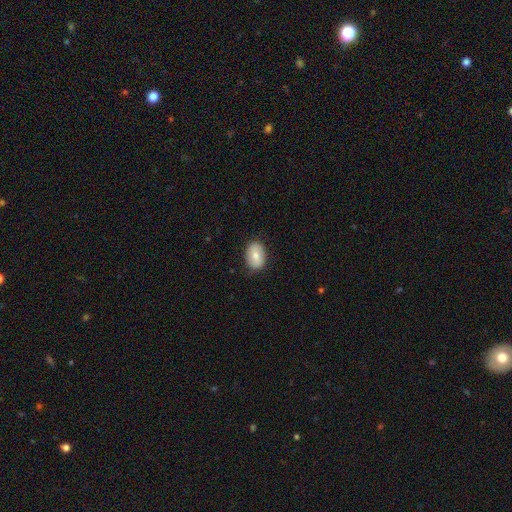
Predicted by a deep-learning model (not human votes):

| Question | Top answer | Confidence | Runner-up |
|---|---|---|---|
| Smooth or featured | smooth | 74% | featured or disk (19%) |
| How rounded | in between | 82% | round (17%) |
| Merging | none | 84% | minor disturbance (12%) |